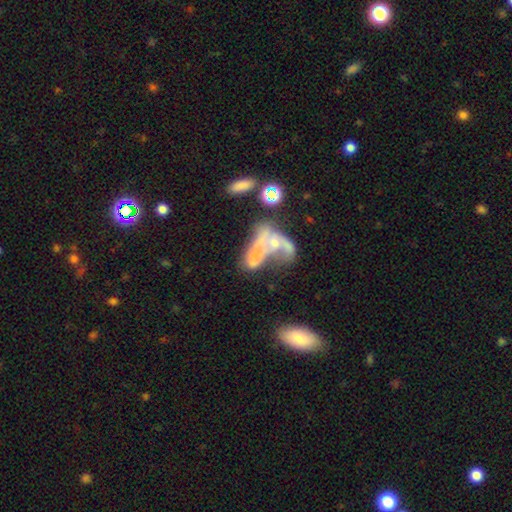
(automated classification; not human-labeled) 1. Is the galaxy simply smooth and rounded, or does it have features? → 45% featured or disk, 39% smooth, 16% star or artifact.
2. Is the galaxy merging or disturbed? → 62% merger, 21% major disturbance, 10% none, 7% minor disturbance.